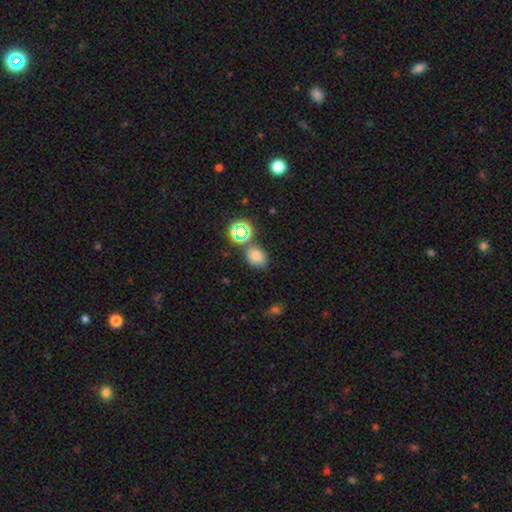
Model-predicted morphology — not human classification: This appears to be a smooth galaxy with no disk features (72%) that is in between round and cigar-shaped (58%). Merging: none (72%).